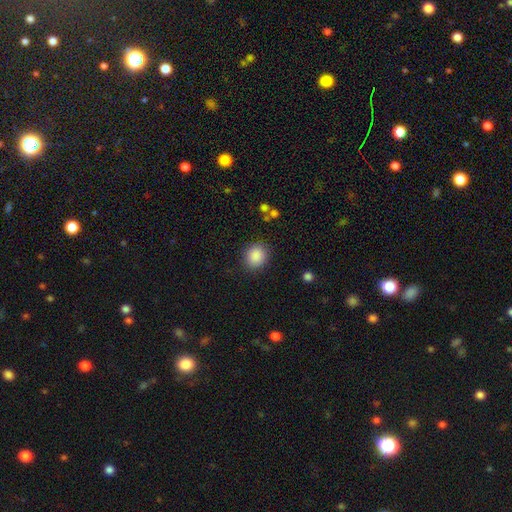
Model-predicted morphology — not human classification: The model was most divided on "how rounded": round: 79%, in between: 20%, cigar-shaped: 1%. More confident: smooth or featured — smooth (88%); merging — none (87%).